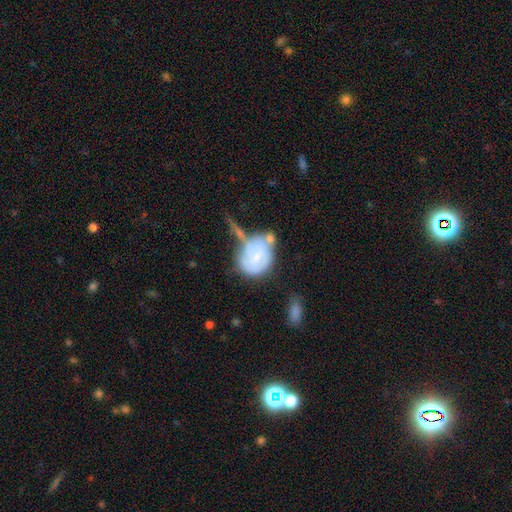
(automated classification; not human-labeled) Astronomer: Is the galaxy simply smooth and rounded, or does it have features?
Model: smooth — 50% (runner-up: featured or disk, 42%).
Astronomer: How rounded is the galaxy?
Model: round — 54% (runner-up: in between, 45%).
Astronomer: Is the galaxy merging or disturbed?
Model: merger — 30% (runner-up: none, 25%).